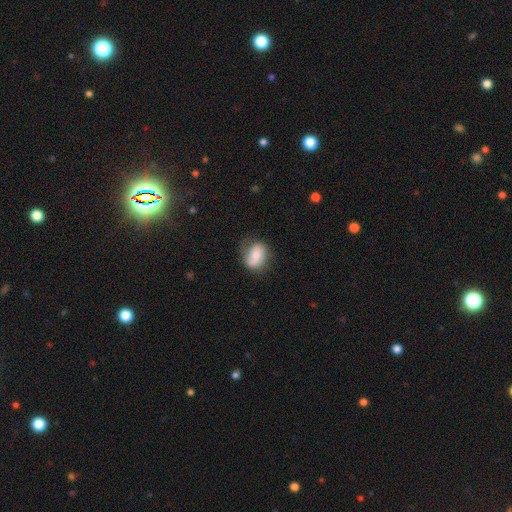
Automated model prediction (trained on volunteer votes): Q: Smooth or featured?
A: smooth (48%); runner-up: featured or disk (44%)
Q: Merging?
A: none (56%); runner-up: minor disturbance (28%)